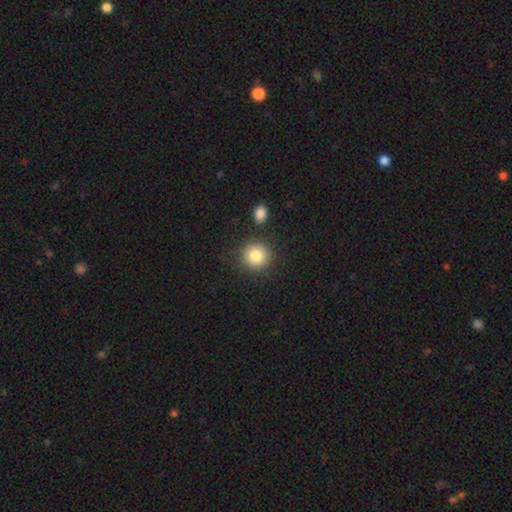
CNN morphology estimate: smooth 84%, star or artifact 9%, featured or disk 7%. Down the decision tree: how rounded — round (90%); merging — none (82%).